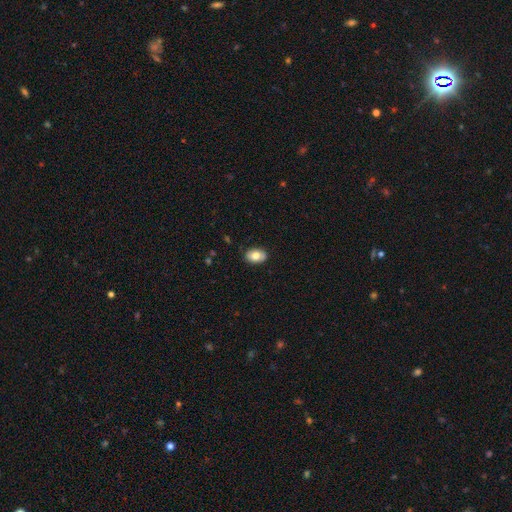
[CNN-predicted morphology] smooth-or-featured: smooth: 79% | featured or disk: 14% | star or artifact: 7%
  how-rounded: in between: 85% | round: 14% | cigar-shaped: 1%
  merging: none: 88% | minor disturbance: 9% | major disturbance: 2% | merger: 1%